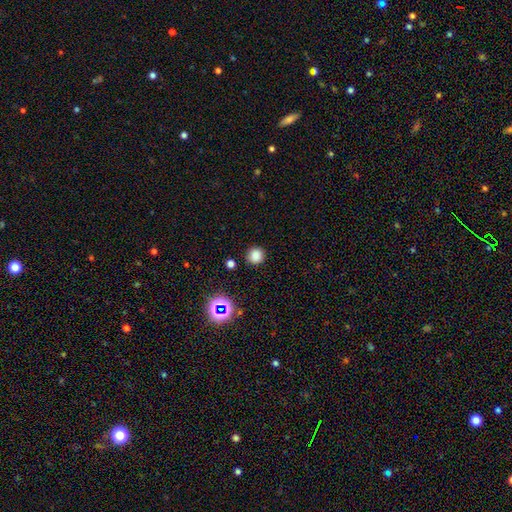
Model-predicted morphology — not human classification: Smooth or featured? Predicted: smooth (p=0.79). How rounded? Predicted: round (p=0.91). Merging? Predicted: none (p=0.88).